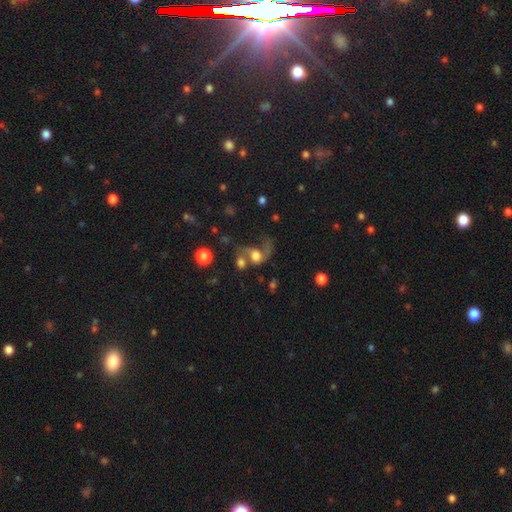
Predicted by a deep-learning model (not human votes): featured or disk 47%, smooth 40%, star or artifact 13%. Down the decision tree: merging — merger (38%).